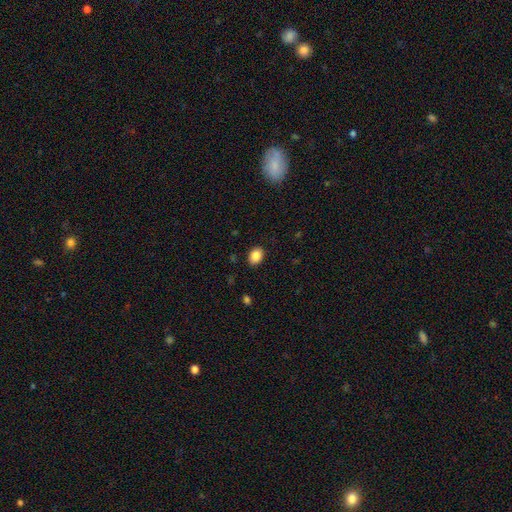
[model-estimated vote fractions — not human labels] A smooth galaxy with no disk features (88%) that is in between round and cigar-shaped (72%).

Vote fractions:
- Smooth or featured? smooth: 88% / star or artifact: 8% / featured or disk: 4%
- How rounded? in between: 72% / round: 27% / cigar-shaped: 1%
- Merging? none: 88% / minor disturbance: 9% / major disturbance: 2% / merger: 1%